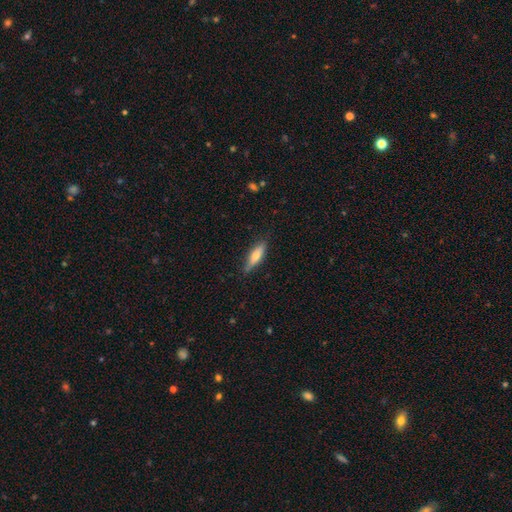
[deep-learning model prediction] Morphology: type=smooth (63%); roundness=cigar-shaped (63%); merging=none (82%).